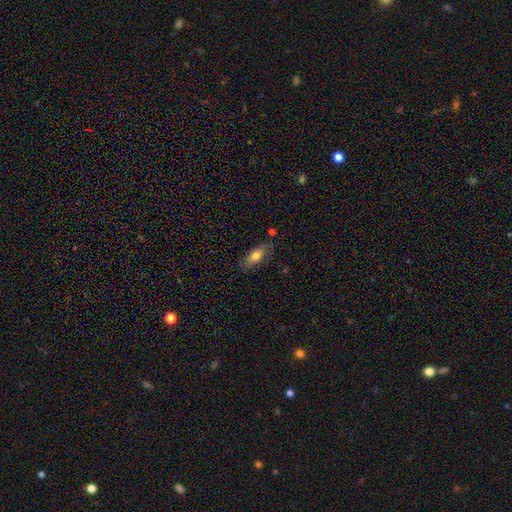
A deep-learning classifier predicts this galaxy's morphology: smooth 76%, featured or disk 17%, star or artifact 7%. Down the decision tree: how rounded — in between (80%); merging — none (76%).